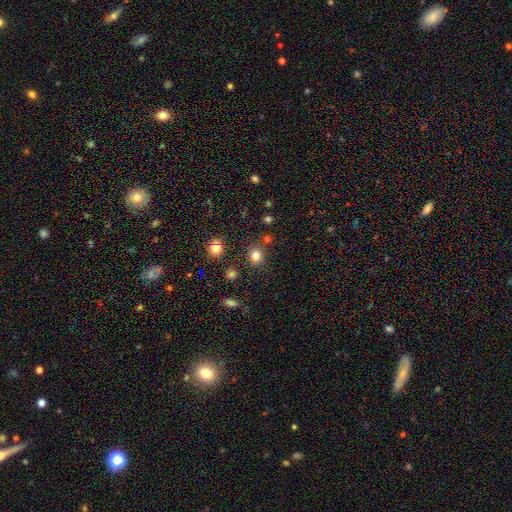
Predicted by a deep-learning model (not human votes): smooth 78%, star or artifact 16%, featured or disk 6%. Down the decision tree: how rounded — round (84%); merging — none (78%).